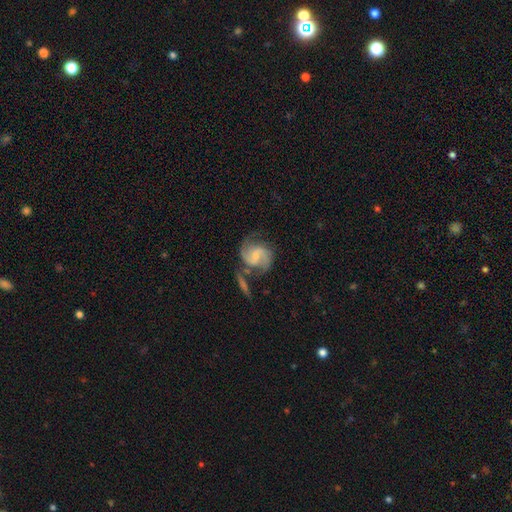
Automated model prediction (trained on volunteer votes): This appears to be a featured or disk galaxy (85%) with a weak bar (48%), 2 (89%) medium (55%) spiral arms (97%) and a small central bulge (57%). Merging: none (56%).